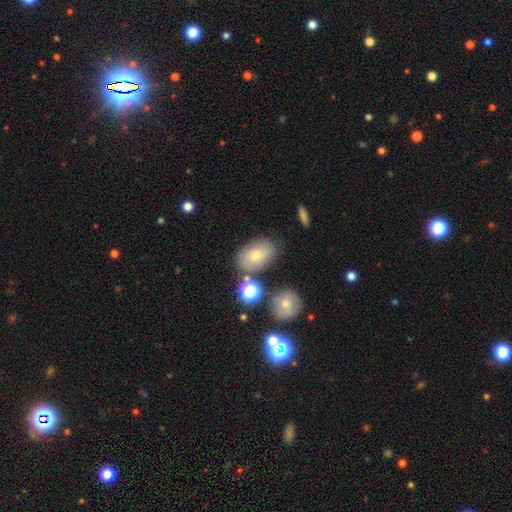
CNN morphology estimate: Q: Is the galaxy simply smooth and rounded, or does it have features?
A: smooth — 66%.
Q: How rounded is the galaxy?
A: in between — 85%.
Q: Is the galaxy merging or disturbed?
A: none — 74%.